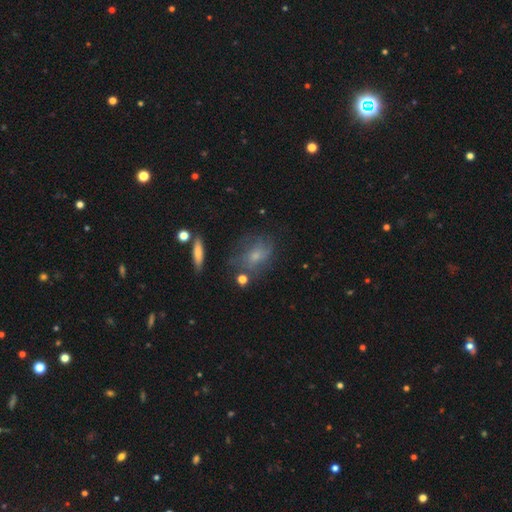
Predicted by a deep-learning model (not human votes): A smooth galaxy with no disk features (49%). Merging: none (55%).